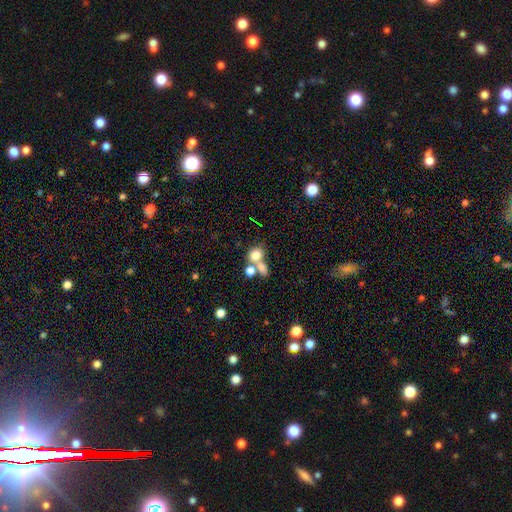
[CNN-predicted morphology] Overall: smooth (73%). How rounded: round (64%; in between 35%). Merging: merger (49%; none 37%).